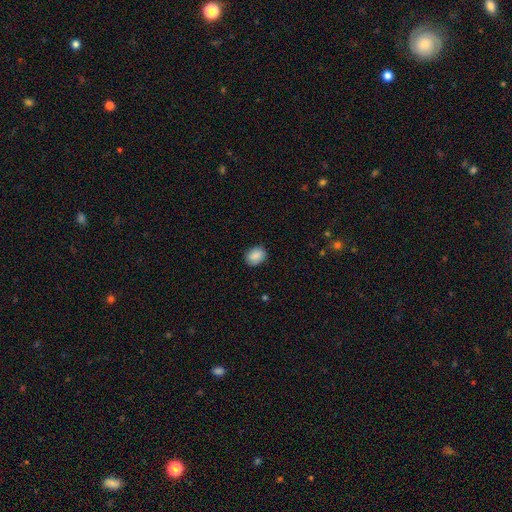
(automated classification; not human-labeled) Overall: smooth (88%). How rounded: in between (60%; round 39%). Merging: none (83%).